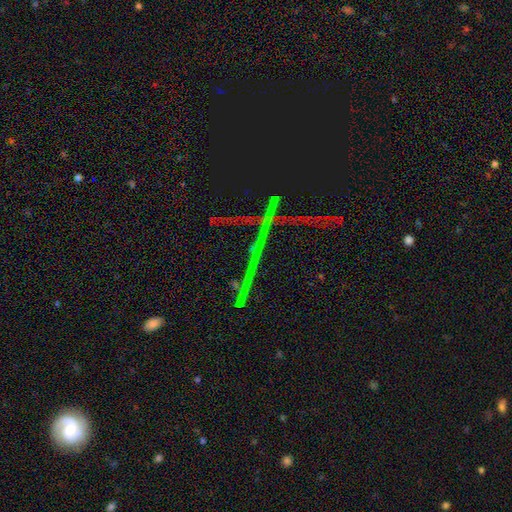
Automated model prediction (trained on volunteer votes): This is likely a star or artifact rather than a galaxy (63%).